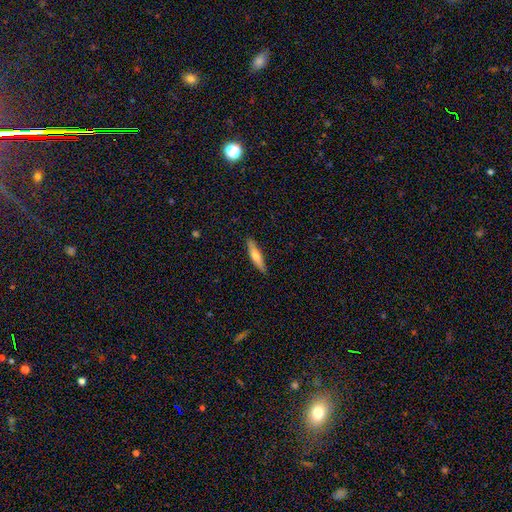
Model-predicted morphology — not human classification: Smooth or featured? Predicted: smooth (p=0.58). How rounded? Predicted: cigar-shaped (p=0.78). Merging? Predicted: none (p=0.88).